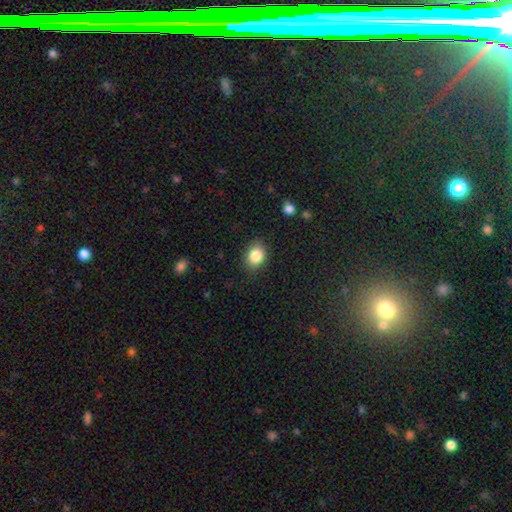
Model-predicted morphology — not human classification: The model was most divided on "how rounded": in between: 60%, round: 39%, cigar-shaped: 1%. More confident: smooth or featured — smooth (85%); merging — none (84%).